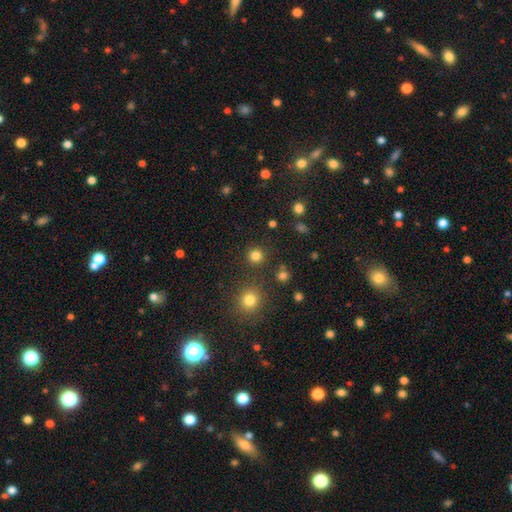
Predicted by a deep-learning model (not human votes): A smooth galaxy with no disk features (81%) that is round (94%).

Vote fractions:
- Smooth or featured? smooth: 81% / star or artifact: 15% / featured or disk: 4%
- How rounded? round: 94% / in between: 5% / cigar-shaped: 1%
- Merging? none: 87% / minor disturbance: 6% / merger: 4% / major disturbance: 3%